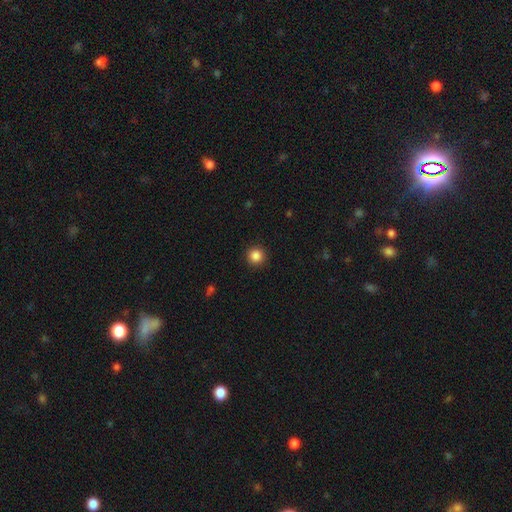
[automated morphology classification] Overall: smooth (86%). How rounded: round (95%). Merging: none (92%).